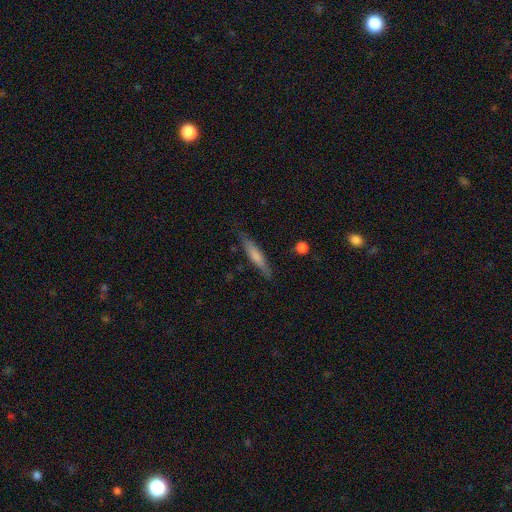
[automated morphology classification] Smooth or featured?
  - smooth: 63% *
  - featured or disk: 31%
  - star or artifact: 6%
How rounded?
  - cigar-shaped: 88% *
  - in between: 11%
  - round: 2%
Merging?
  - none: 81% *
  - minor disturbance: 14%
  - major disturbance: 3%
  - merger: 2%